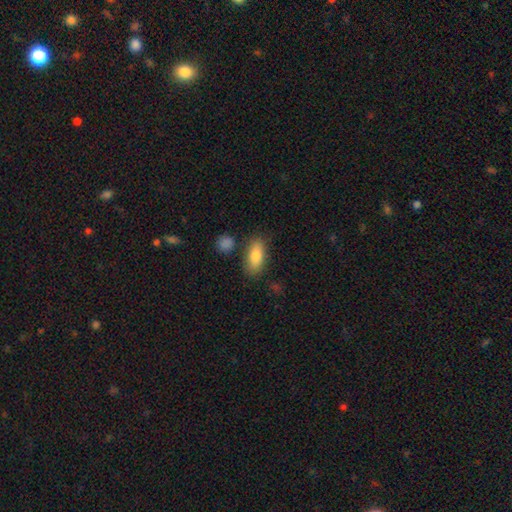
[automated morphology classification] Q: Smooth or featured?
A: smooth (82%); runner-up: featured or disk (11%)
Q: How rounded?
A: in between (86%); runner-up: cigar-shaped (10%)
Q: Merging?
A: none (78%); runner-up: minor disturbance (13%)